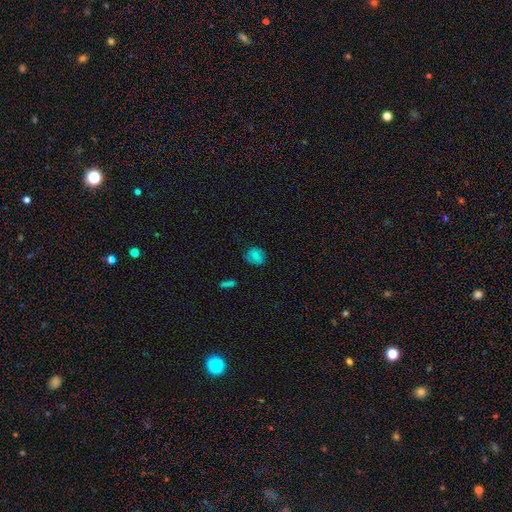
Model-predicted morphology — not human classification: Overall: smooth (69%). How rounded: round (72%). Merging: none (79%).